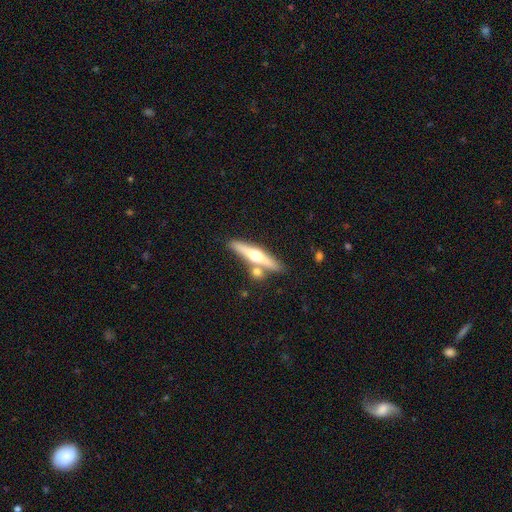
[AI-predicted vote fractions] Smooth or featured? featured or disk (61%)
Edge-on disk? yes (94%)
Edge-on bulge? rounded (94%)
Merging? none (73%)